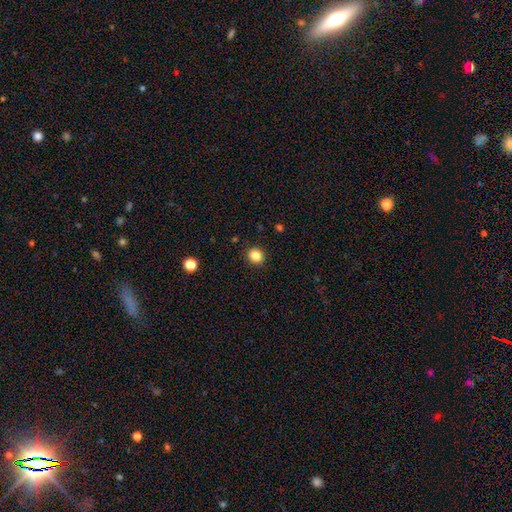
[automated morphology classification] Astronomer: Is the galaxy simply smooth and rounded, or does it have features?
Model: smooth — 85%.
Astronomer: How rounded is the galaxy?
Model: round — 72%.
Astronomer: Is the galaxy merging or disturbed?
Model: none — 91%.